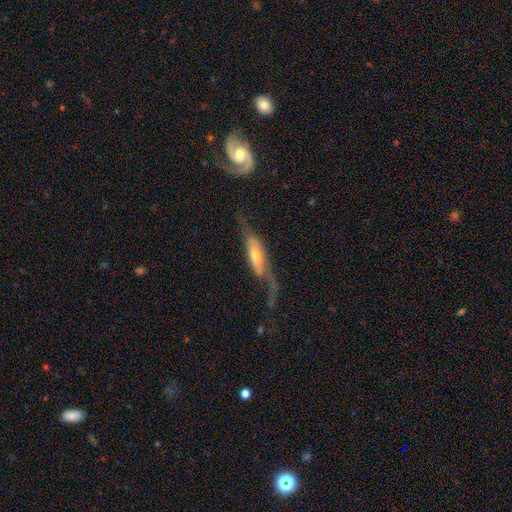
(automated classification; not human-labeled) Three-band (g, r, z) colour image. It shows a featured or disk galaxy (67%). Merging: none (41%).